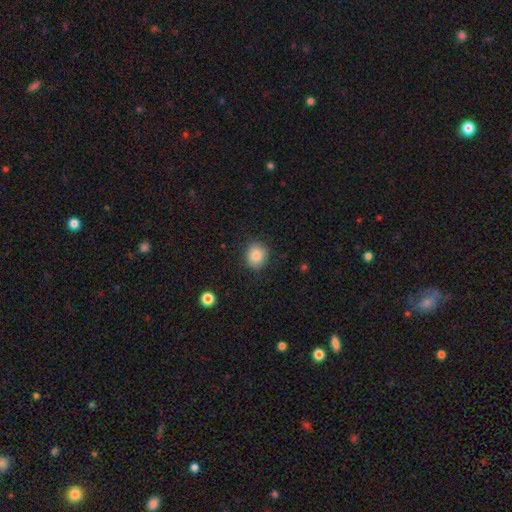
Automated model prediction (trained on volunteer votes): Smooth or featured?
  - smooth: 84% *
  - star or artifact: 9%
  - featured or disk: 7%
How rounded?
  - round: 69% *
  - in between: 30%
  - cigar-shaped: 1%
Merging?
  - none: 85% *
  - minor disturbance: 11%
  - major disturbance: 3%
  - merger: 1%